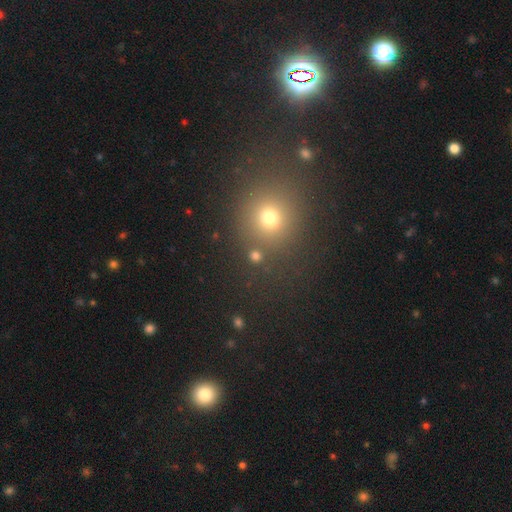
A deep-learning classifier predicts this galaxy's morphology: smooth 73%, star or artifact 21%, featured or disk 5%. Down the decision tree: how rounded — round (90%); merging — none (81%).